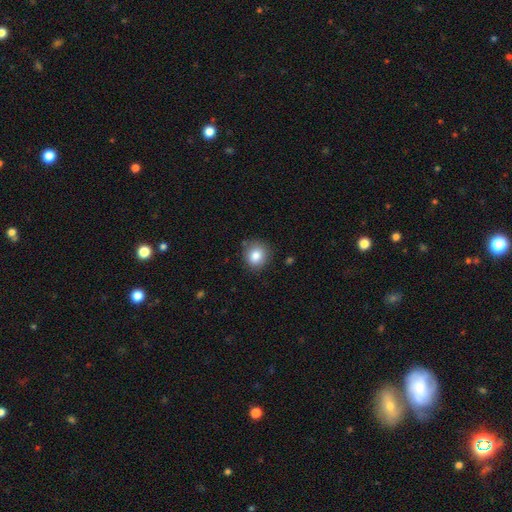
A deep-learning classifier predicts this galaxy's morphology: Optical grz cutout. It shows a smooth galaxy with no disk features (84%) that is round (84%). Merging: none (84%).